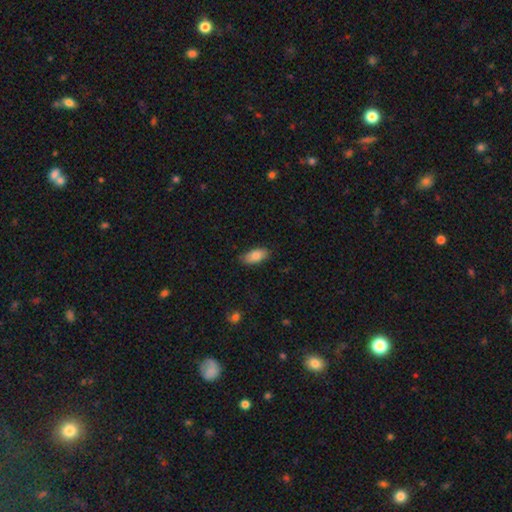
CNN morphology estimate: smooth_or_featured: smooth (p=0.83) [alt: featured or disk p=0.10]
how_rounded: in between (p=0.91) [alt: cigar-shaped p=0.07]
merging: none (p=0.82) [alt: minor disturbance p=0.14]